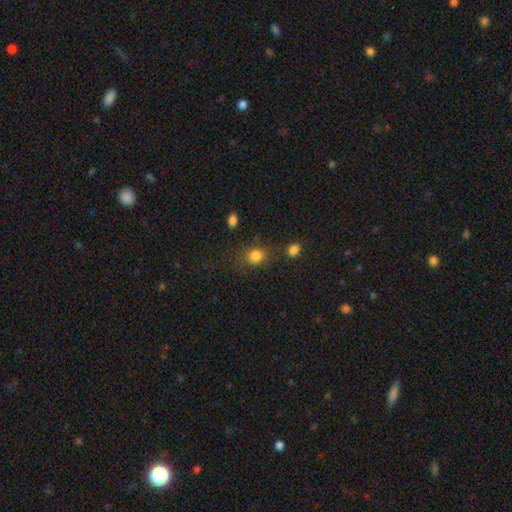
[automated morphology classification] This appears to be a smooth galaxy with no disk features (83%) that is round (61%). Merging: none (71%).